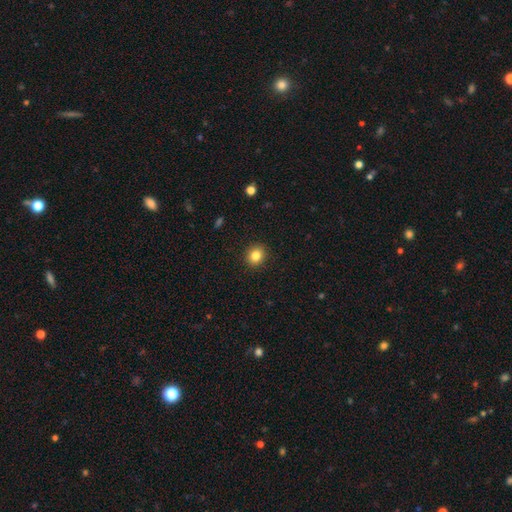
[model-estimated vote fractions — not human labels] Morphology: type=smooth (84%); roundness=round (81%); merging=none (92%).